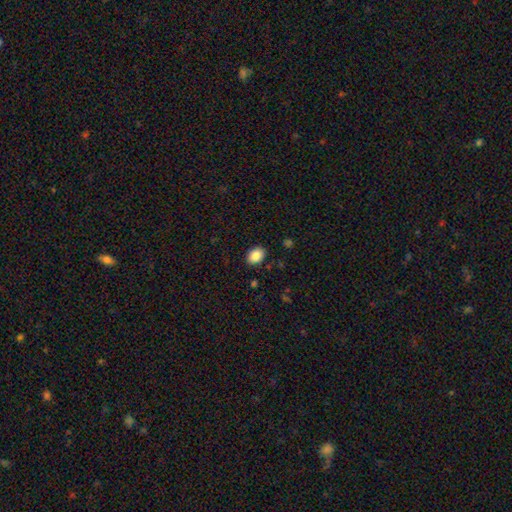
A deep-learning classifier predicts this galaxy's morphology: Smooth or featured: smooth — 88% (star or artifact — 8%)
How rounded: in between — 74% (round — 25%)
Merging: none — 88% (minor disturbance — 8%)